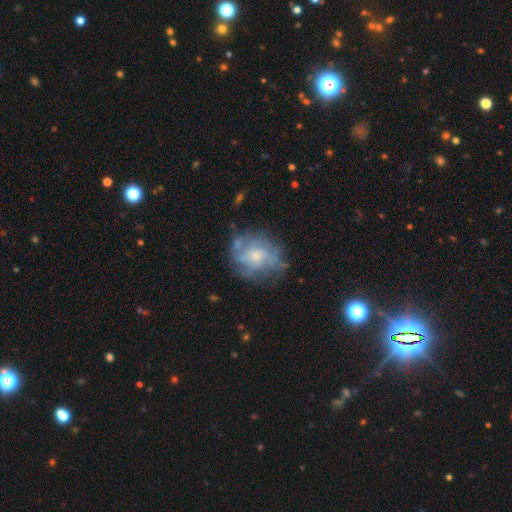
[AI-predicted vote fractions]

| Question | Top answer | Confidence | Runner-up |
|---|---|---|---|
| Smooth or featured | featured or disk | 64% | smooth (26%) |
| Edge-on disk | no | 97% | yes (3%) |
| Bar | no | 80% | weak (17%) |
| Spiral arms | yes | 66% | no (34%) |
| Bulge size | small | 44% | tied: moderate (44%) |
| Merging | none | 64% | minor disturbance (21%) |